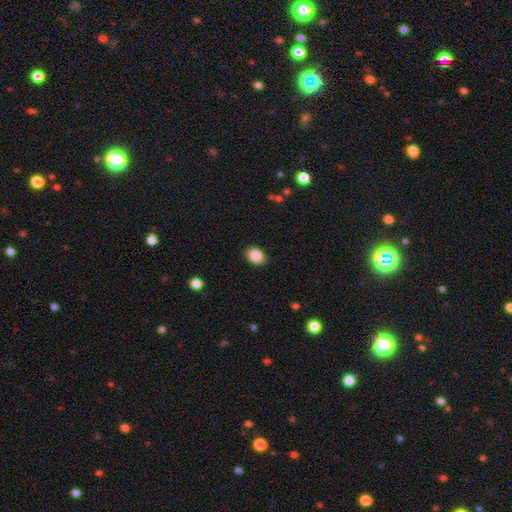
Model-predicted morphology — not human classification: Smooth or featured? Predicted: smooth (p=0.89). How rounded? Predicted: in between (p=0.64). Merging? Predicted: none (p=0.88).